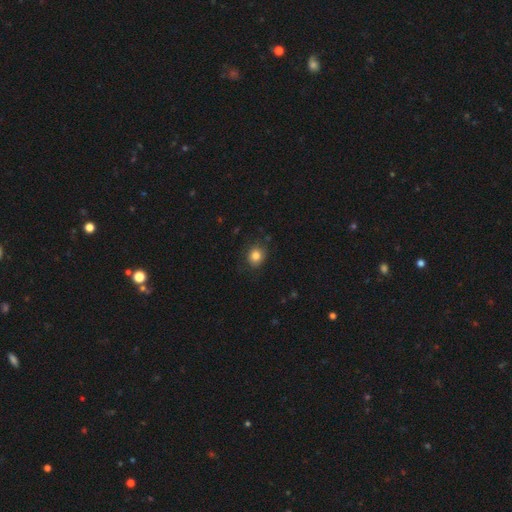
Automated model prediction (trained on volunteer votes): Q: Smooth or featured?
A: smooth (83%); runner-up: star or artifact (10%)
Q: How rounded?
A: round (66%); runner-up: in between (33%)
Q: Merging?
A: none (81%); runner-up: minor disturbance (14%)